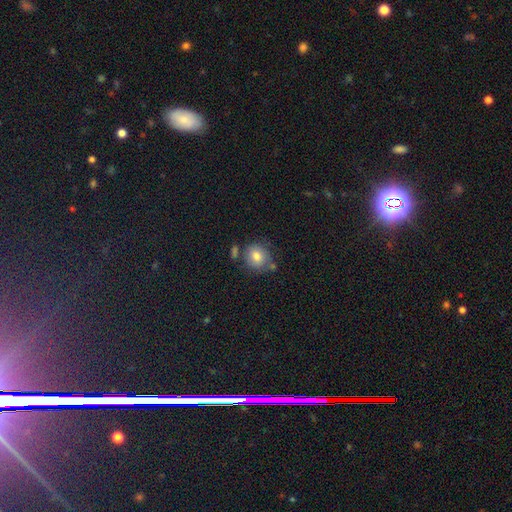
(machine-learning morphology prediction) smooth 76%, featured or disk 14%, star or artifact 10%. Down the decision tree: how rounded — round (80%); merging — none (64%).